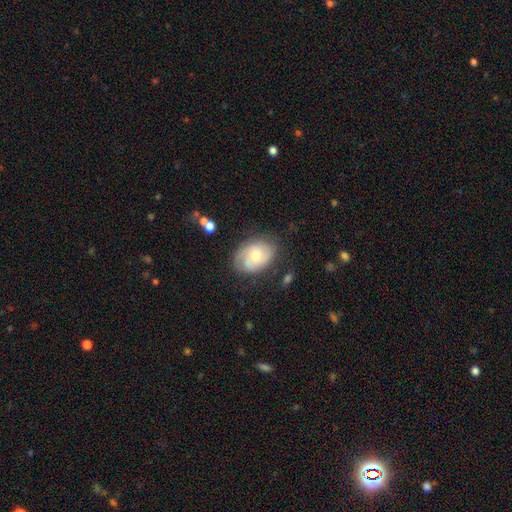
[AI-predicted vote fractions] A featured or disk galaxy (54%) with no bar (72%), spiral arms (79%) and a moderate central bulge (57%).

Vote fractions:
- Smooth or featured? featured or disk: 54% / smooth: 39% / star or artifact: 7%
- Edge-on disk? no: 95% / yes: 5%
- Bar? no: 72% / weak: 24% / strong: 3%
- Spiral arms? yes: 79% / no: 21%
- Bulge size? moderate: 57% / small: 37% / large: 4% / none: 1% / dominant: 1%
- Merging? none: 68% / minor disturbance: 22% / major disturbance: 8% / merger: 2%